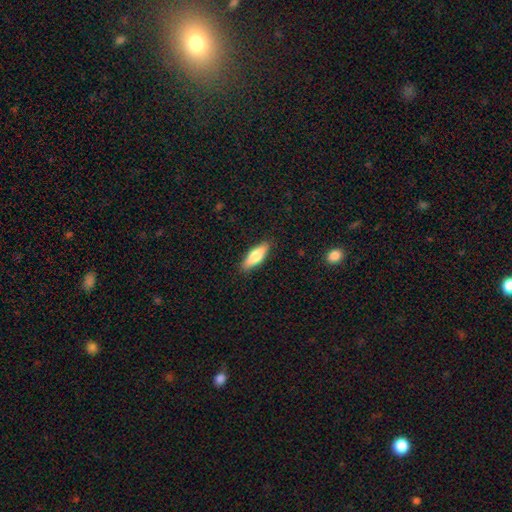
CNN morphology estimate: Overall: smooth (70%). How rounded: in between (55%; cigar-shaped 43%). Merging: none (88%).